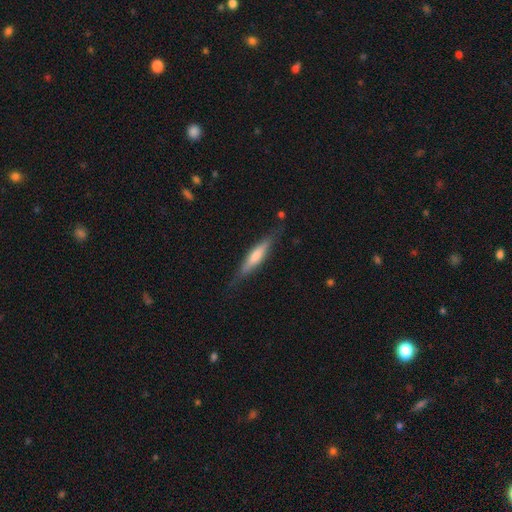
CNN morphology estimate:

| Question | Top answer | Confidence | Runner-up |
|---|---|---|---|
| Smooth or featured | smooth | 49% | featured or disk (45%) |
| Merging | none | 80% | minor disturbance (15%) |